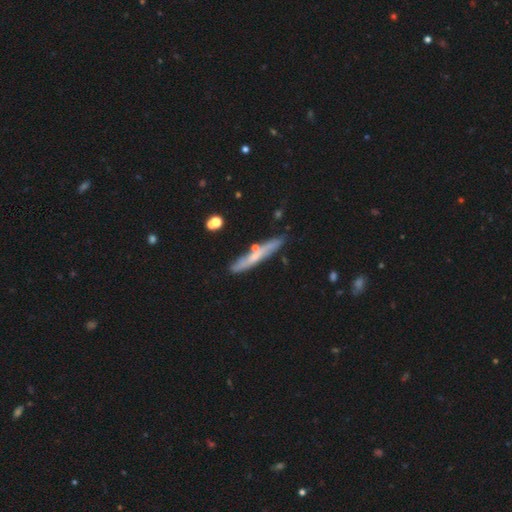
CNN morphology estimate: type=smooth (47%); merging=none (80%).